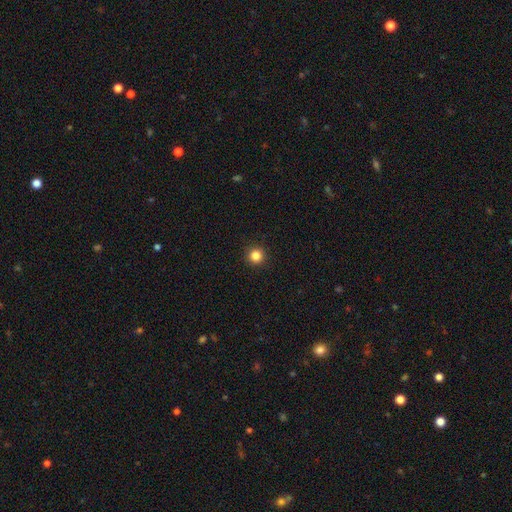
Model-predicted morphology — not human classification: type=smooth (84%); roundness=round (96%); merging=none (93%).